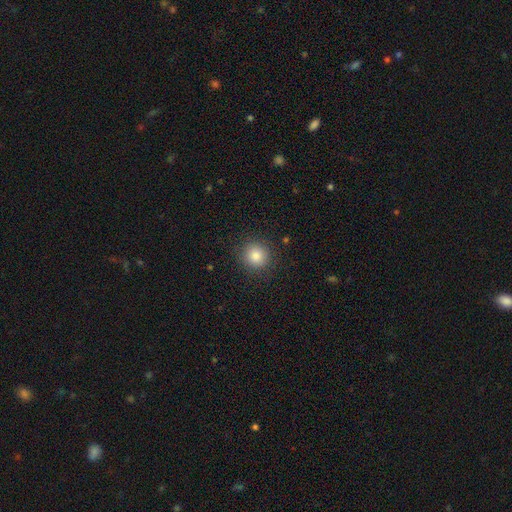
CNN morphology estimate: smooth 84%, star or artifact 11%, featured or disk 6%. Down the decision tree: how rounded — round (91%); merging — none (90%).